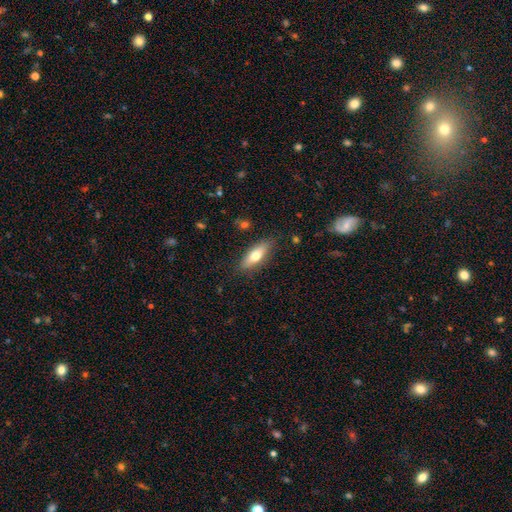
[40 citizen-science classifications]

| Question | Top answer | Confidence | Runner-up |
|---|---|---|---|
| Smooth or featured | smooth | 65% | featured or disk (30%) |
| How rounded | in between | 54% | cigar-shaped (42%) |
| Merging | none | 92% | major disturbance (5%) |